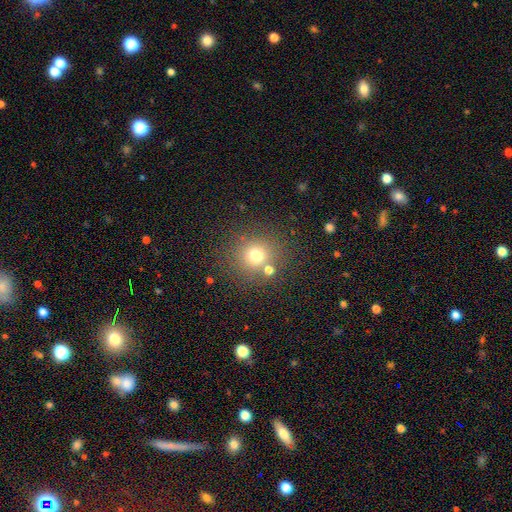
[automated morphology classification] This is likely a smooth galaxy (71%). How rounded: clearly round (91%). Merging: likely none (75%).